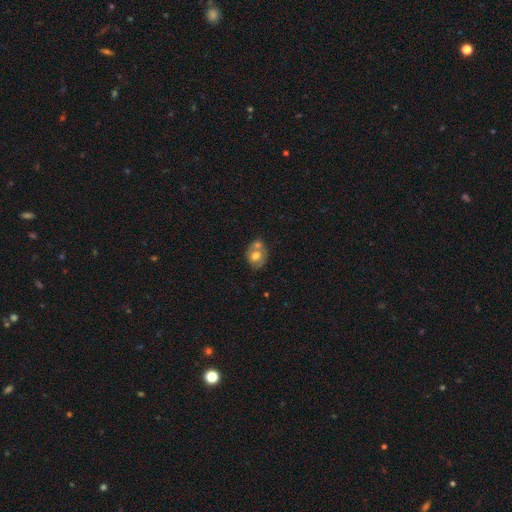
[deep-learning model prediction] The model was most divided on "merging": merger: 43%, none: 39%, minor disturbance: 14%, major disturbance: 5%. More confident: smooth or featured — smooth (65%); how rounded — round (61%).